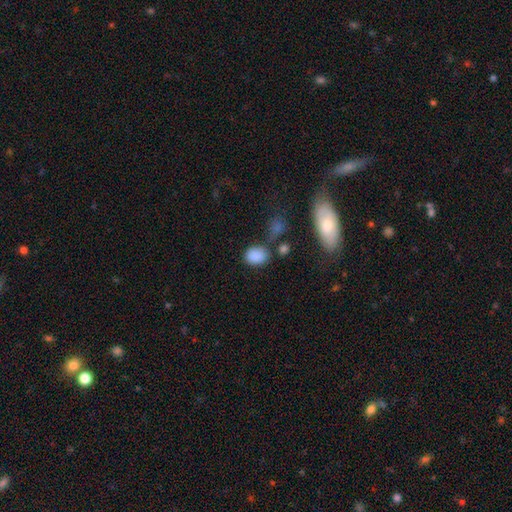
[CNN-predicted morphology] smooth-or-featured: smooth: 85% | star or artifact: 10% | featured or disk: 5%
  how-rounded: in between: 64% | round: 35% | cigar-shaped: 2%
  merging: none: 64% | minor disturbance: 19% | merger: 11% | major disturbance: 7%